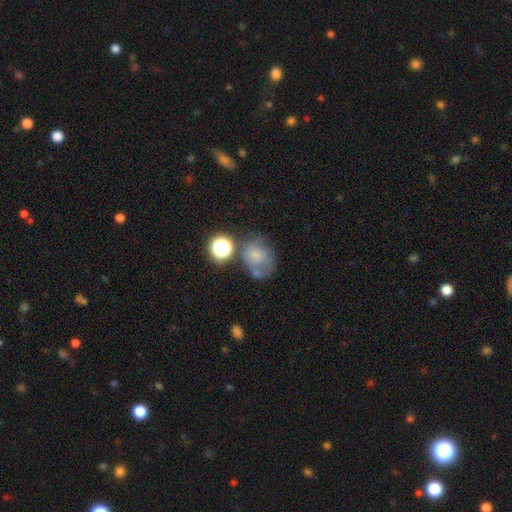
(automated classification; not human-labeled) A smooth galaxy with no disk features (60%) that is round (54%). Merging: none (38%).